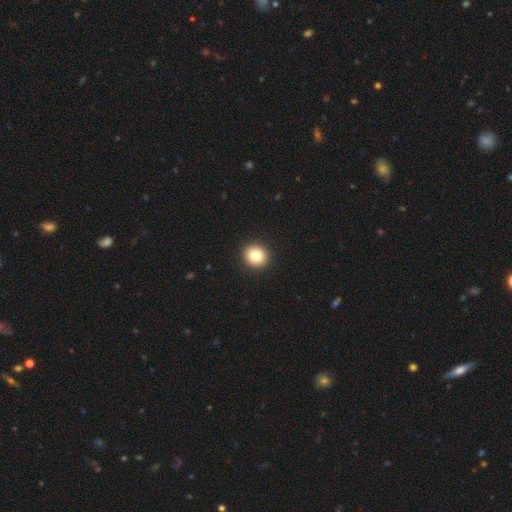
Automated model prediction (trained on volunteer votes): Smooth or featured? smooth (83%)
How rounded? round (85%)
Merging? none (93%)